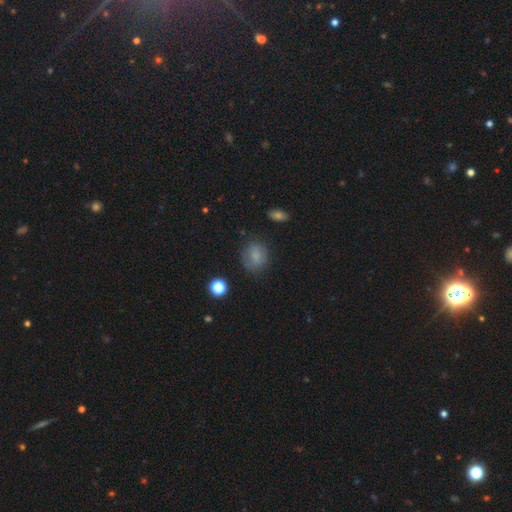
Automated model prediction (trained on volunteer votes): Overall: smooth (78%). How rounded: round (62%; in between 37%). Merging: none (75%).